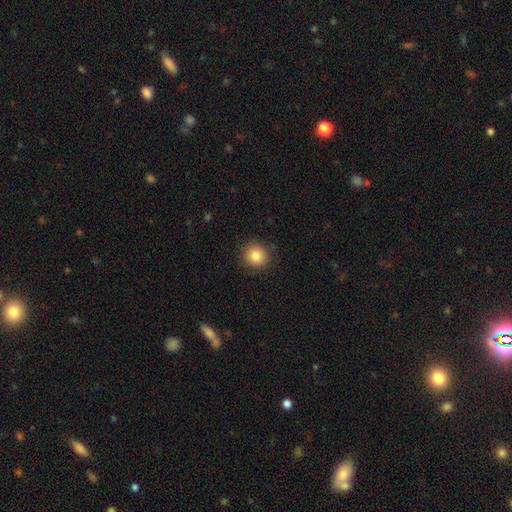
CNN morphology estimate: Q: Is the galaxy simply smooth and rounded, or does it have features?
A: smooth — 84%.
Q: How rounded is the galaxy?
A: round — 89%.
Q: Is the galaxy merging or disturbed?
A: none — 89%.